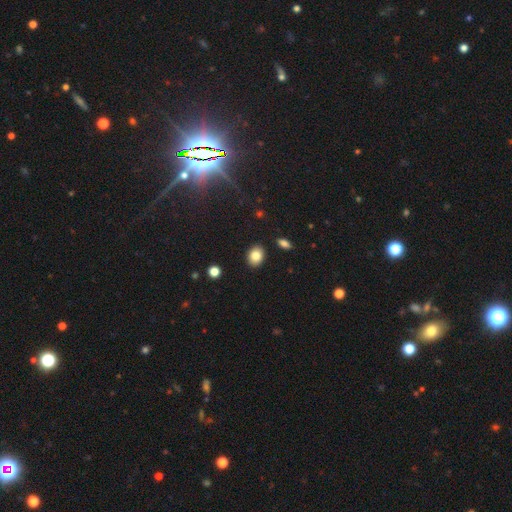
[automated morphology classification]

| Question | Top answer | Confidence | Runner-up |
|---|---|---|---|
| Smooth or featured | smooth | 85% | star or artifact (9%) |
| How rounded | in between | 61% | round (38%) |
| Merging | none | 88% | minor disturbance (8%) |